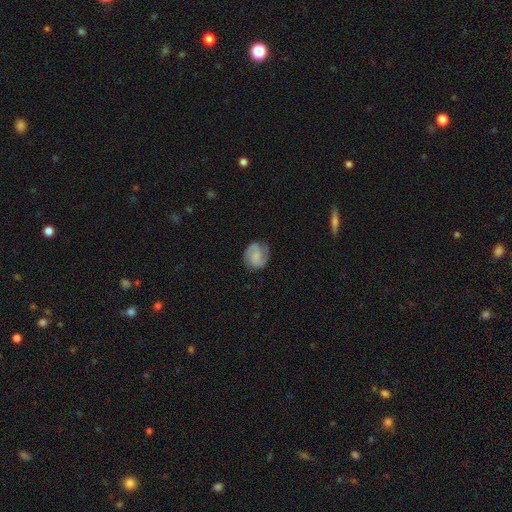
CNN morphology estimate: featured or disk 59%, smooth 33%, star or artifact 8%. Down the decision tree: edge-on disk — no (98%); bar — no (52%); spiral arms — yes (92%); spiral arm count — 2 (82%); spiral winding — medium (47%); bulge size — none (50%); merging — none (75%).